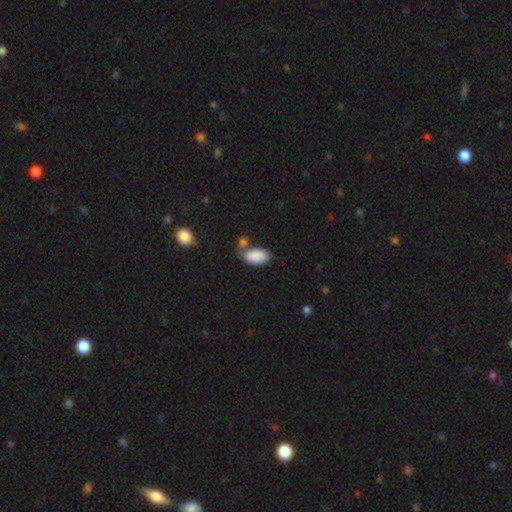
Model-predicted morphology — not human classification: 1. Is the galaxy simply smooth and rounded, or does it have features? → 89% smooth, 7% star or artifact, 4% featured or disk.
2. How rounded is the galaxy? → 95% in between, 3% round, 2% cigar-shaped.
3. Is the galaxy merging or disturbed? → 59% none, 20% merger, 16% minor disturbance, 5% major disturbance.